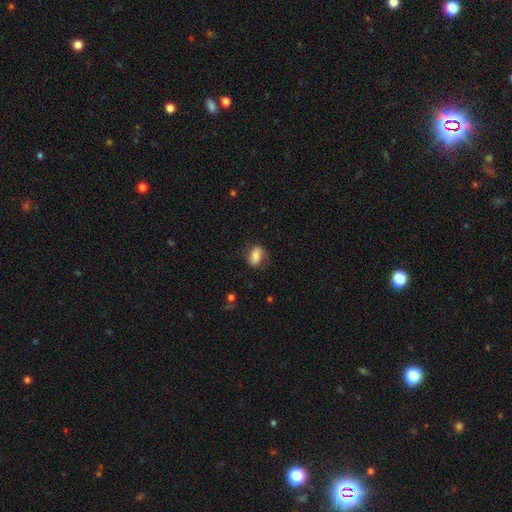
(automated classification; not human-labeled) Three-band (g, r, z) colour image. It shows a smooth galaxy with no disk features (76%) that is in between round and cigar-shaped (80%). Merging: none (72%).